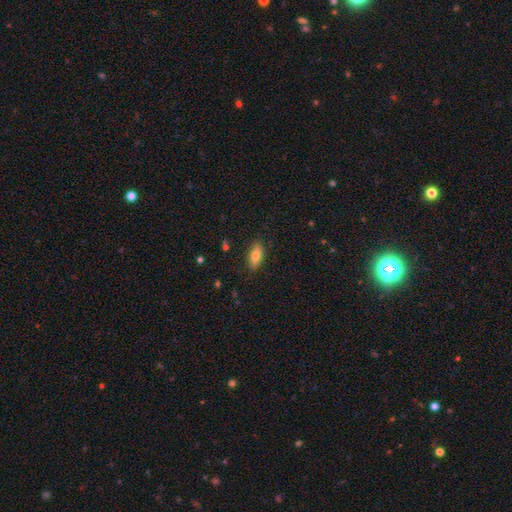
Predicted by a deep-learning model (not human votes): A smooth galaxy with no disk features (77%) that is in between round and cigar-shaped (77%).

Vote fractions:
- Smooth or featured? smooth: 77% / featured or disk: 15% / star or artifact: 7%
- How rounded? in between: 77% / cigar-shaped: 20% / round: 3%
- Merging? none: 87% / minor disturbance: 10% / major disturbance: 2% / merger: 1%